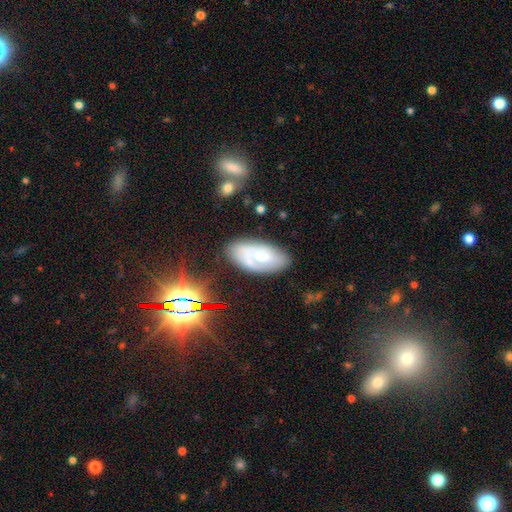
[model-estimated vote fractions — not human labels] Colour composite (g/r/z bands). It shows a featured or disk galaxy (57%) with no bar (65%), spiral arms (67%) and a moderate central bulge (55%). Merging: none (65%).